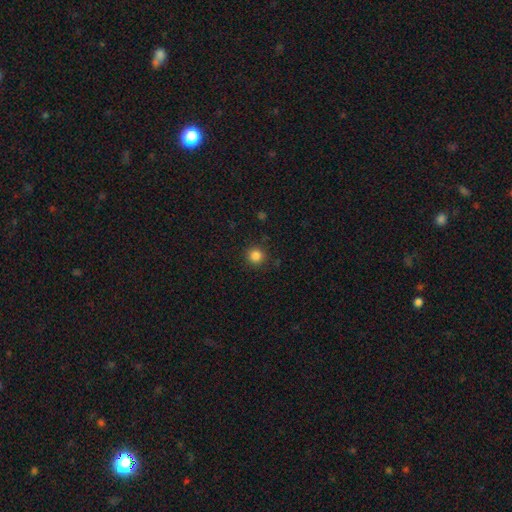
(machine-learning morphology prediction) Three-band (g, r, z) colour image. It shows a smooth galaxy with no disk features (84%) that is round (95%). Merging: none (90%).